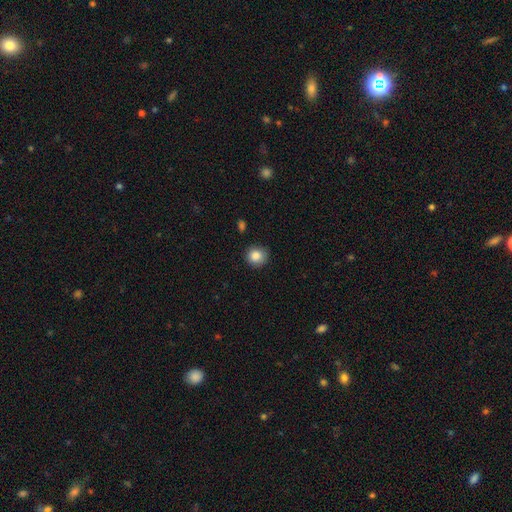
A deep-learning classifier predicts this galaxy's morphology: A smooth galaxy with no disk features (86%) that is round (88%).

Vote fractions:
- Smooth or featured? smooth: 86% / star or artifact: 9% / featured or disk: 5%
- How rounded? round: 88% / in between: 11% / cigar-shaped: 1%
- Merging? none: 82% / minor disturbance: 13% / major disturbance: 3% / merger: 2%